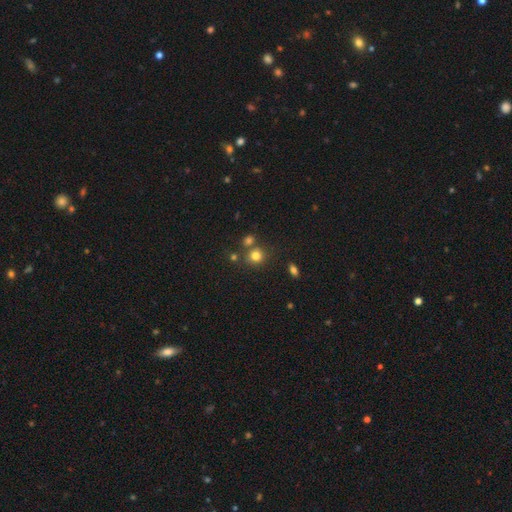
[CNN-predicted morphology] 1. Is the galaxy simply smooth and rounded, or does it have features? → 78% smooth, 15% star or artifact, 7% featured or disk.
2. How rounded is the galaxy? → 83% round, 16% in between, 1% cigar-shaped.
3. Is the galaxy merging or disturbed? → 67% none, 19% merger, 10% minor disturbance, 4% major disturbance.